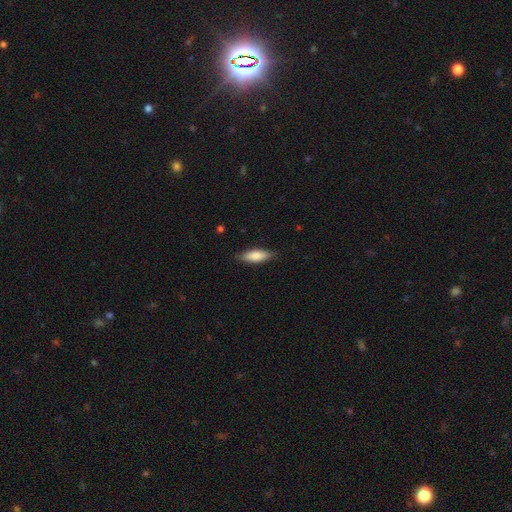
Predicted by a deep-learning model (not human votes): This appears to be a smooth galaxy with no disk features (81%) that is in between round and cigar-shaped (63%). Merging: none (83%).